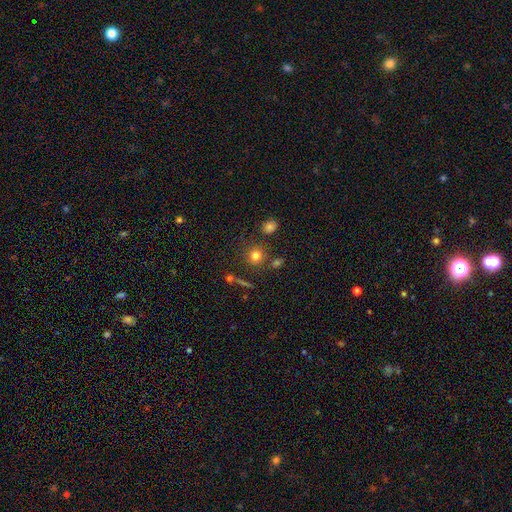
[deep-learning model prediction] The model was most divided on "smooth or featured": smooth: 76%, star or artifact: 14%, featured or disk: 9%. More confident: how rounded — round (90%); merging — none (81%).